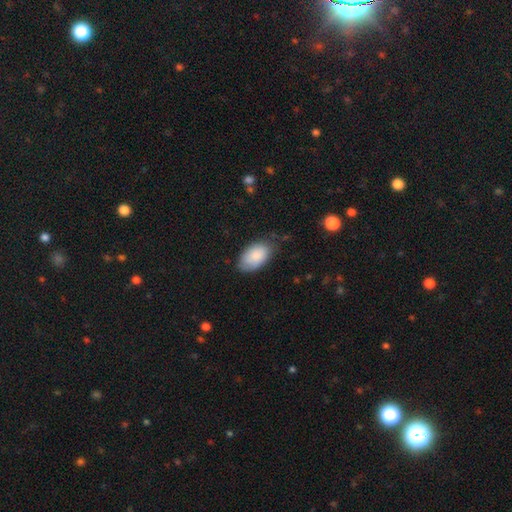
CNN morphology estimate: This appears to be a smooth galaxy with no disk features (86%) that is in between round and cigar-shaped (94%). Merging: none (73%).